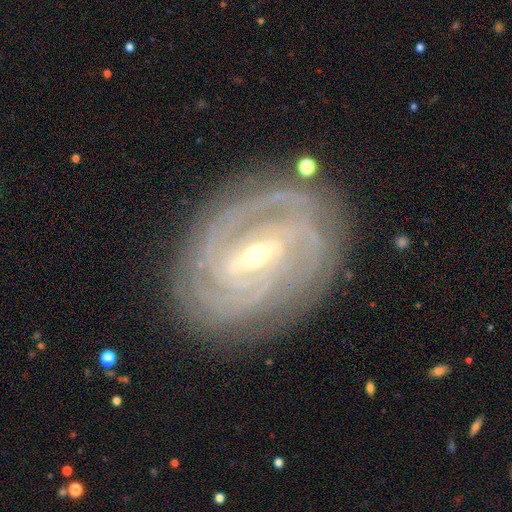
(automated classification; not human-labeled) This appears to be a featured or disk galaxy (91%) with a strong bar (59%), 4 (23%) tight (80%) spiral arms (97%) and a small central bulge (63%). Merging: none (84%).